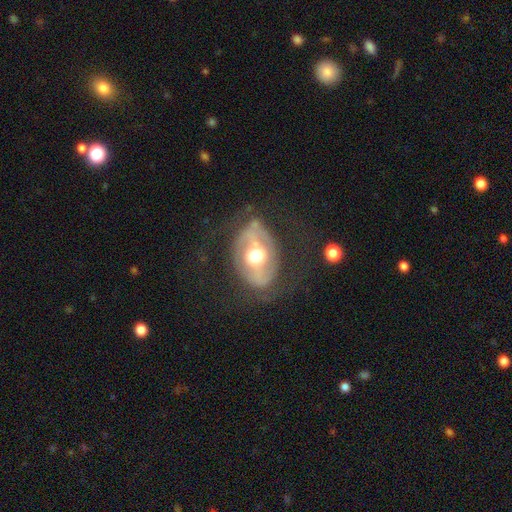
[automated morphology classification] This appears to be a featured or disk galaxy (74%) with no bar (45%), spiral arms (55%) and a moderate central bulge (60%). Merging: none (62%).